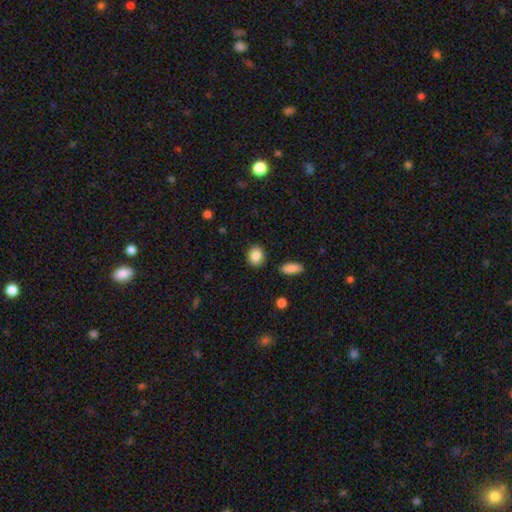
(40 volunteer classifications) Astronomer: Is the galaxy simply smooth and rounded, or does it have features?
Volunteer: smooth — 90%.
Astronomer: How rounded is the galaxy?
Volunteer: round — 56% (runner-up: in between, 44%).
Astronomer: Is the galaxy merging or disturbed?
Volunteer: none — 78%.